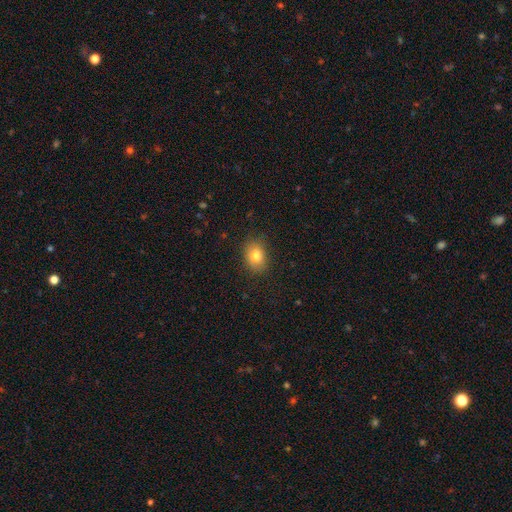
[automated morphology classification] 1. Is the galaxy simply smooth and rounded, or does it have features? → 80% smooth, 10% star or artifact, 10% featured or disk.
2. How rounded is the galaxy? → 65% in between, 34% round, 1% cigar-shaped.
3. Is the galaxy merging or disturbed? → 85% none, 11% minor disturbance, 3% major disturbance, 1% merger.